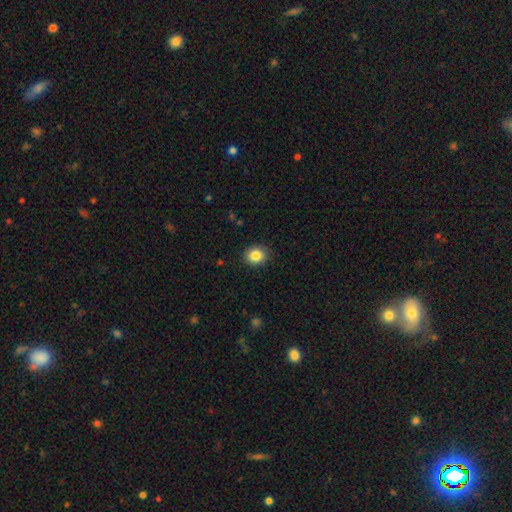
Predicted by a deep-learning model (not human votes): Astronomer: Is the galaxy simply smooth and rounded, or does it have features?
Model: smooth — 85%.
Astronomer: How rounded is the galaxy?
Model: round — 75%.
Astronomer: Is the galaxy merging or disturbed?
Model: none — 88%.